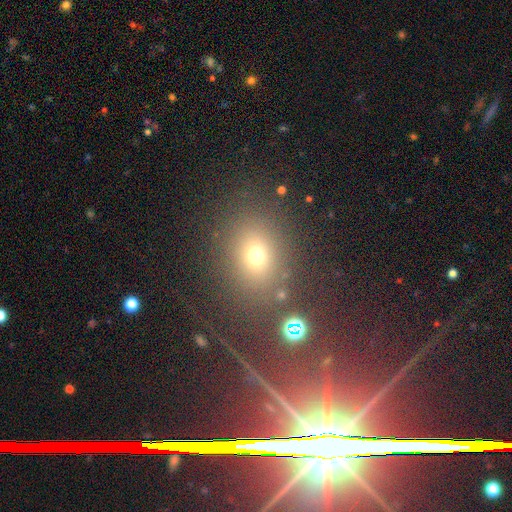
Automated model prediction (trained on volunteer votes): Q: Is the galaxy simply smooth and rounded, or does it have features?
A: smooth — 67%.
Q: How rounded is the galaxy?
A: round — 61%.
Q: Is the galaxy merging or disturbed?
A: none — 77%.